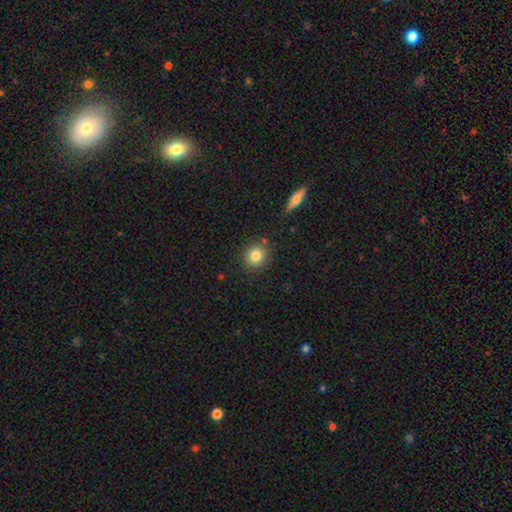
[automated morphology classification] A smooth galaxy with no disk features (82%) that is round (87%). Merging: none (84%).